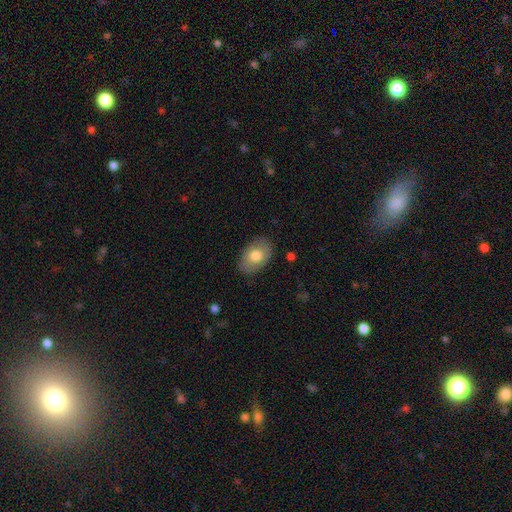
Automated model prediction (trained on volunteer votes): smooth_or_featured: smooth (p=0.74) [alt: featured or disk p=0.19]
how_rounded: in between (p=0.86) [alt: round p=0.13]
merging: none (p=0.84) [alt: minor disturbance p=0.12]